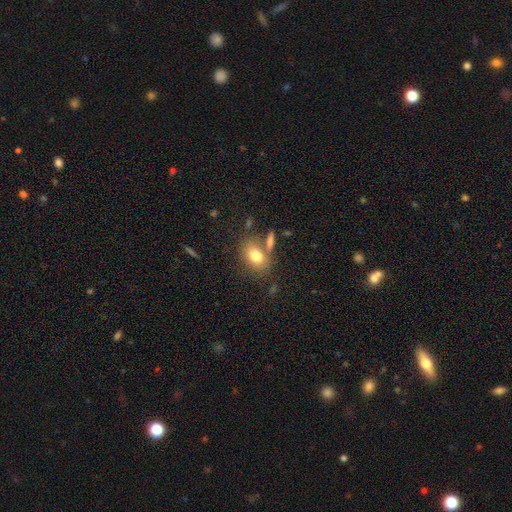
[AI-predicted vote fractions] Overall: smooth (77%). How rounded: in between (73%). Merging: none (63%).